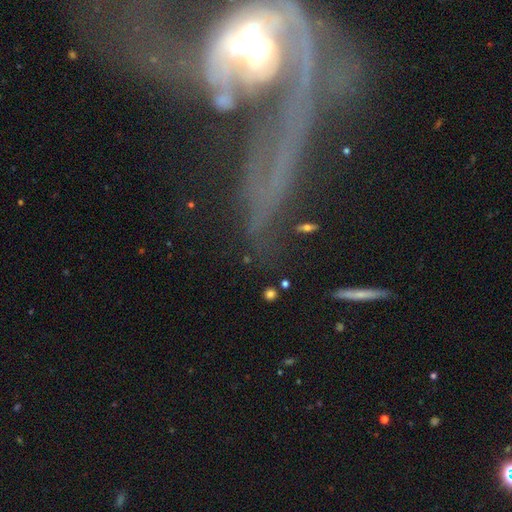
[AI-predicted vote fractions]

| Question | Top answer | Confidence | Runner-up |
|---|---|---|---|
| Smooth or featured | featured or disk | 53% | smooth (25%) |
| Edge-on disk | no | 57% | yes (43%) |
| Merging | none | 67% | minor disturbance (15%) |